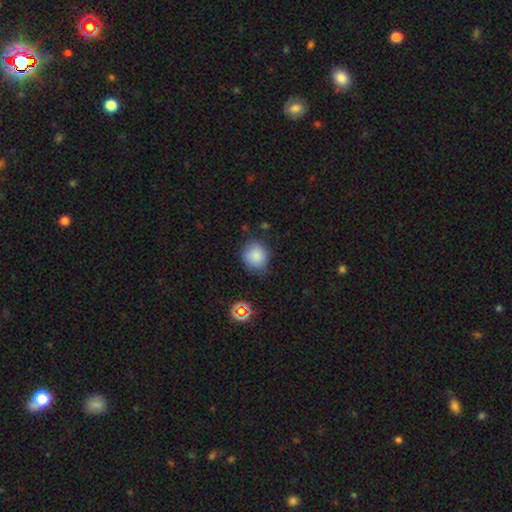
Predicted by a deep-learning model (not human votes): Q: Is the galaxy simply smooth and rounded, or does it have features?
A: smooth — 85%.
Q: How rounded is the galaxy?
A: round — 75%.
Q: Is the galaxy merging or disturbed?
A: none — 71%.